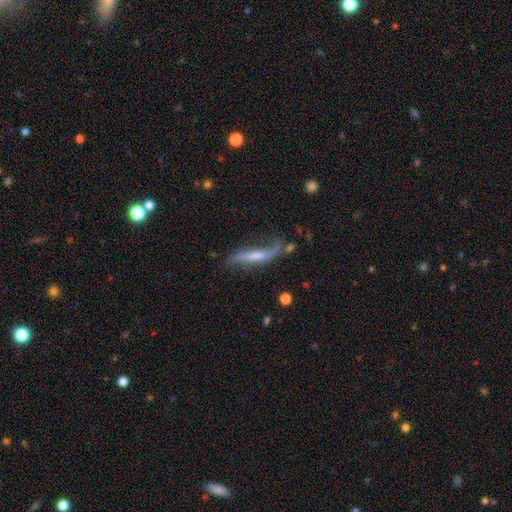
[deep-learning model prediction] Smooth or featured? featured or disk (55%)
Edge-on disk? no (56%)
Merging? none (38%)